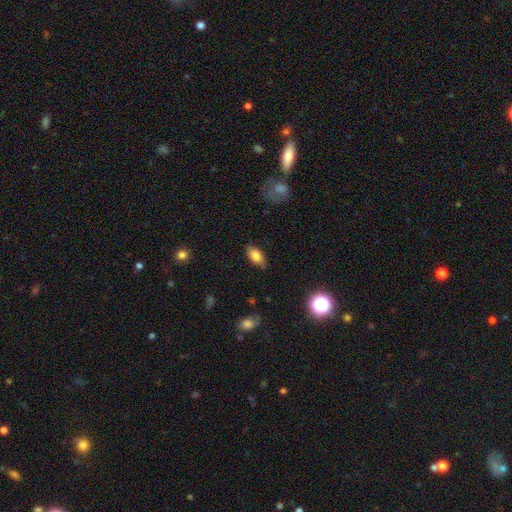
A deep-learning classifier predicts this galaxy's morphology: Overall: smooth (81%). How rounded: in between (90%). Merging: none (83%).